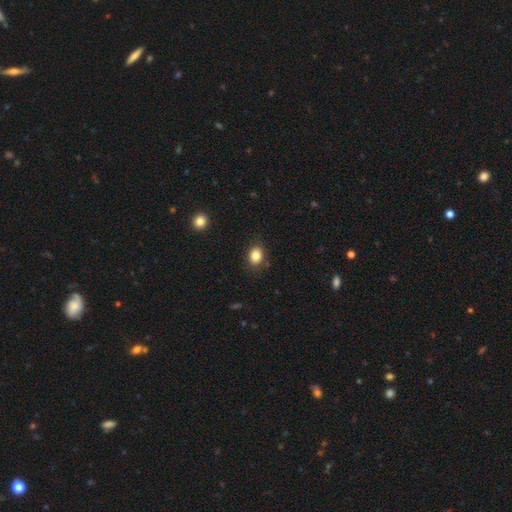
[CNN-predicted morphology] A smooth galaxy with no disk features (84%) that is in between round and cigar-shaped (60%).

Vote fractions:
- Smooth or featured? smooth: 84% / star or artifact: 10% / featured or disk: 6%
- How rounded? in between: 60% / round: 39% / cigar-shaped: 1%
- Merging? none: 83% / minor disturbance: 13% / major disturbance: 3% / merger: 2%